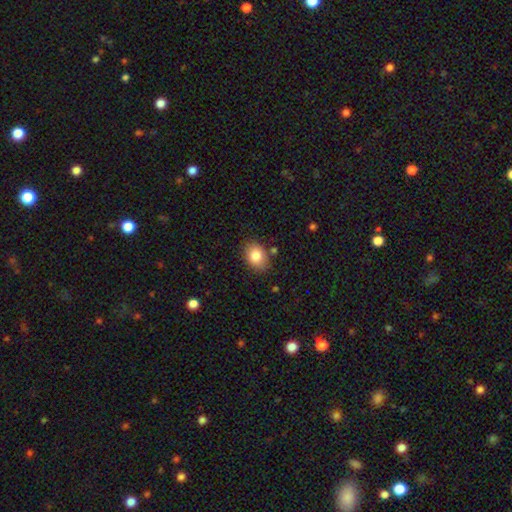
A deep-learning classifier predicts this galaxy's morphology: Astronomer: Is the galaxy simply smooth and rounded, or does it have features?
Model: smooth — 84%.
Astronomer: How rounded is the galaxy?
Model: in between — 68%.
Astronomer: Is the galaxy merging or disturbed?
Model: none — 81%.